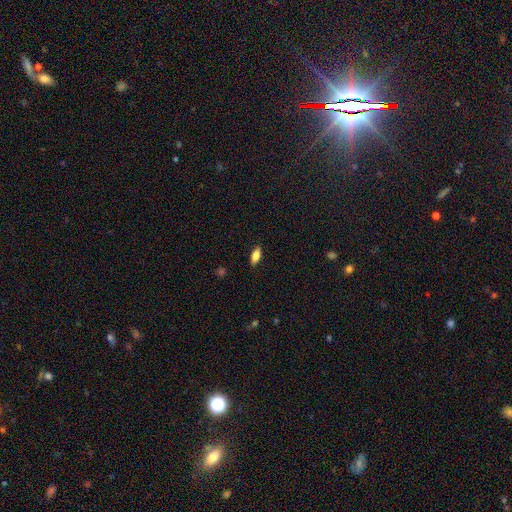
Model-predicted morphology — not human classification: smooth 80%, featured or disk 13%, star or artifact 8%. Down the decision tree: how rounded — in between (82%); merging — none (87%).